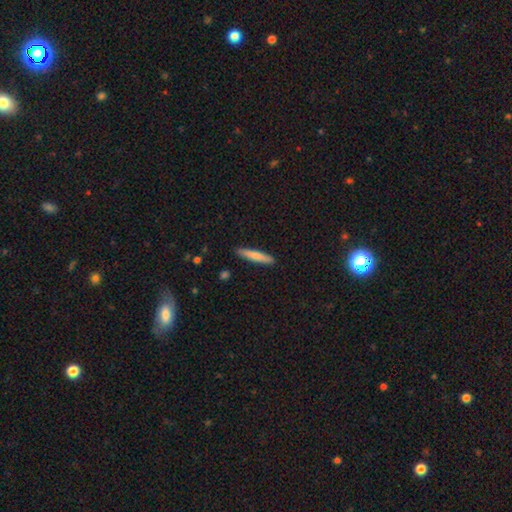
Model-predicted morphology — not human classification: smooth-or-featured: smooth: 73% | featured or disk: 21% | star or artifact: 6%
  how-rounded: cigar-shaped: 91% | in between: 8% | round: 1%
  merging: none: 90% | minor disturbance: 8% | major disturbance: 2% | merger: 1%